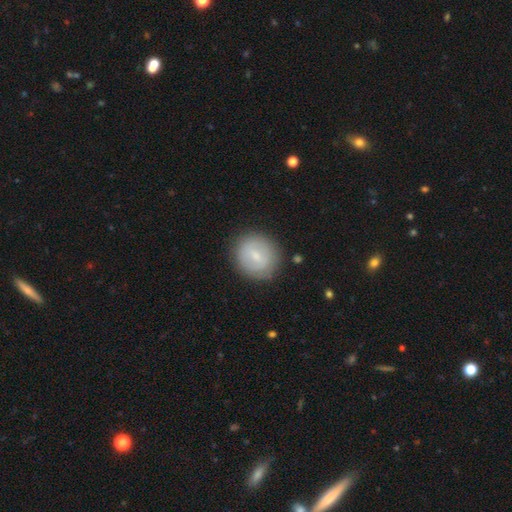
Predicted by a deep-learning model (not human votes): The model was most divided on "smooth or featured": smooth: 57%, featured or disk: 36%, star or artifact: 7%. More confident: merging — none (84%); how rounded — round (80%).